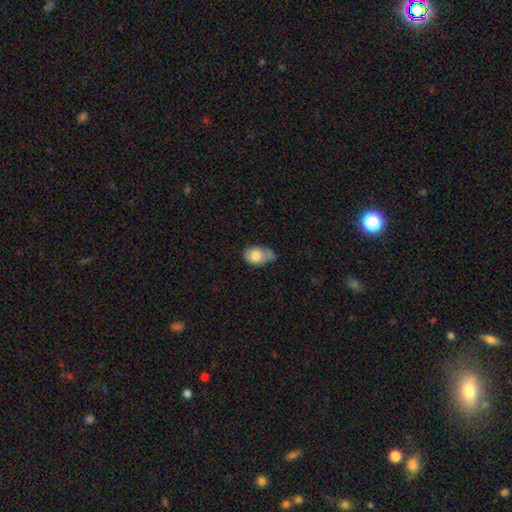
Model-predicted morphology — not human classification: Smooth or featured: smooth — 77% (featured or disk — 15%)
How rounded: in between — 74% (round — 25%)
Merging: minor disturbance — 37% (none — 32%)